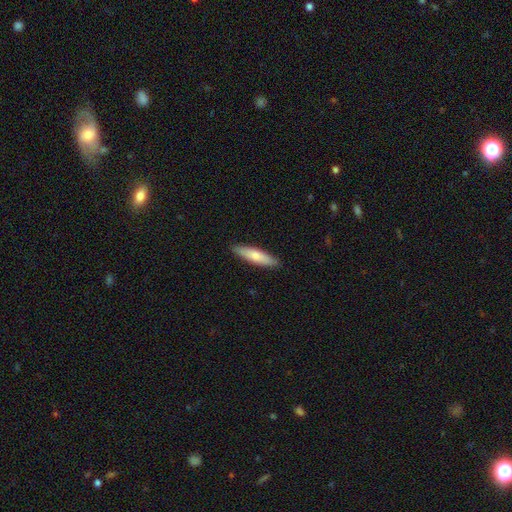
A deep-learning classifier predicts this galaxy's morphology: smooth 71%, featured or disk 23%, star or artifact 5%. Down the decision tree: how rounded — cigar-shaped (74%); merging — none (89%).